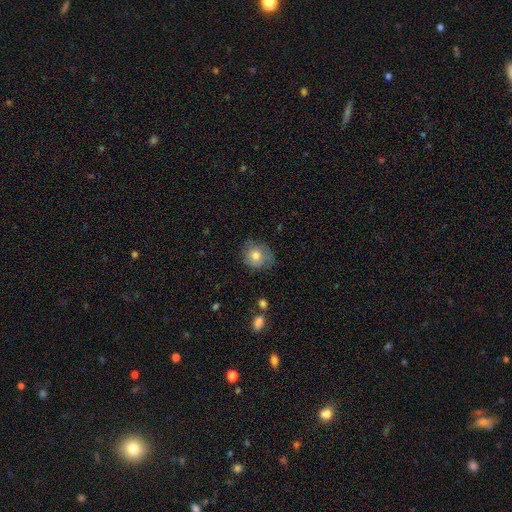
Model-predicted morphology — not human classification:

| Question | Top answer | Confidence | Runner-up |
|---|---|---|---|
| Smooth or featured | smooth | 74% | featured or disk (17%) |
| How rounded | round | 79% | in between (20%) |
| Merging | none | 65% | minor disturbance (26%) |